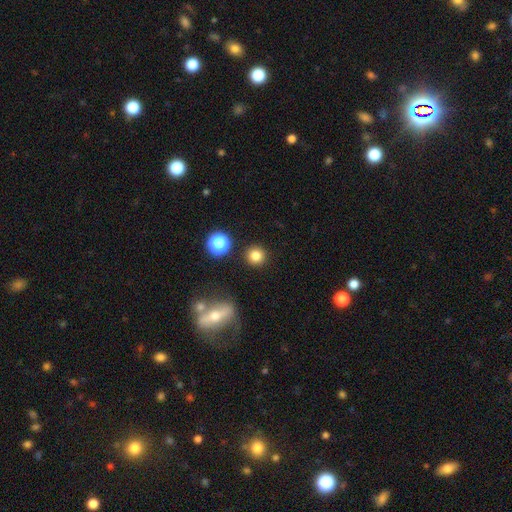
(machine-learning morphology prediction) Smooth or featured? smooth (80%)
How rounded? round (93%)
Merging? none (89%)